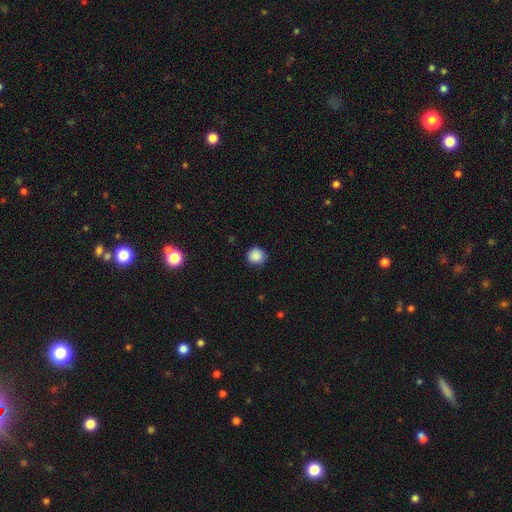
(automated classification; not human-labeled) Overall: smooth (87%). How rounded: round (92%). Merging: none (86%).